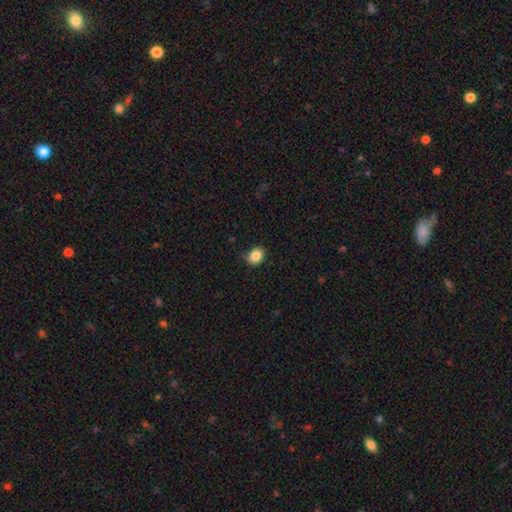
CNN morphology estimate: A smooth galaxy with no disk features (85%) that is round (58%). Merging: none (76%).